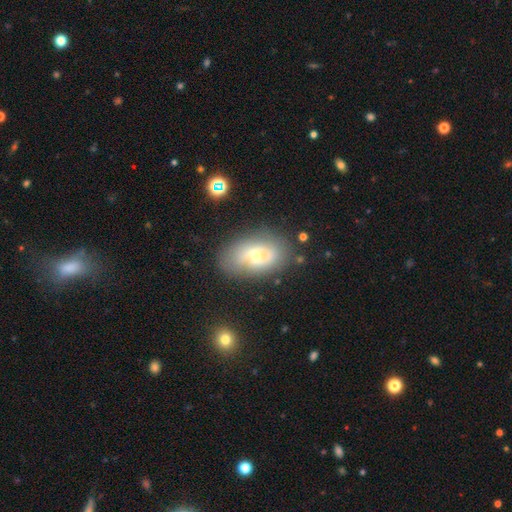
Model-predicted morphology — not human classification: Smooth or featured: featured or disk — 56% (smooth — 35%)
Edge-on disk: no — 91% (yes — 9%)
Bar: no — 64% (weak — 28%)
Spiral arms: yes — 56% (no — 44%)
Bulge size: moderate — 60% (small — 34%)
Merging: none — 71% (minor disturbance — 19%)